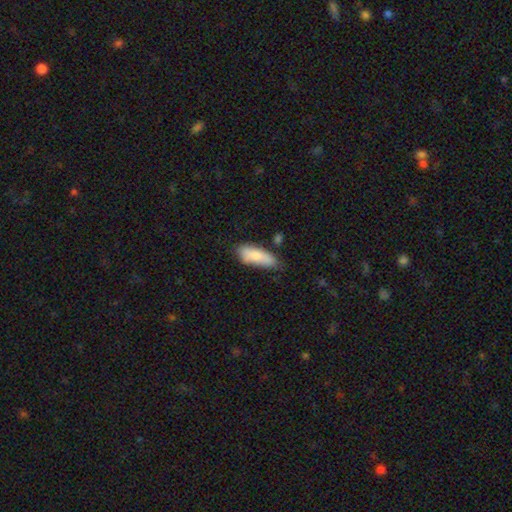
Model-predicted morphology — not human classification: Smooth or featured?
  - smooth: 83% *
  - featured or disk: 11%
  - star or artifact: 6%
How rounded?
  - in between: 72% *
  - cigar-shaped: 26%
  - round: 2%
Merging?
  - none: 60% *
  - minor disturbance: 28%
  - major disturbance: 6%
  - merger: 5%